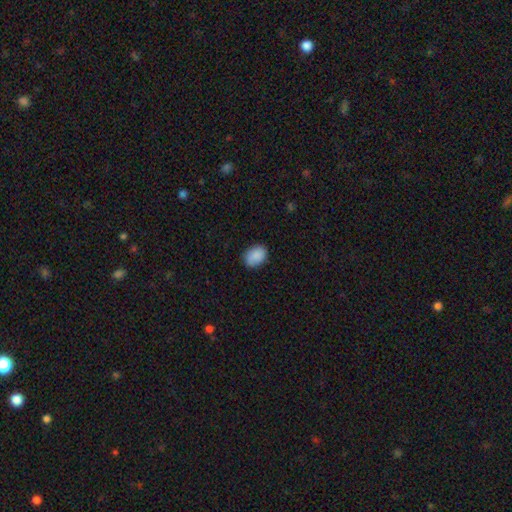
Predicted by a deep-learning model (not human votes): This appears to be a smooth galaxy with no disk features (89%) that is in between round and cigar-shaped (77%). Merging: none (82%).